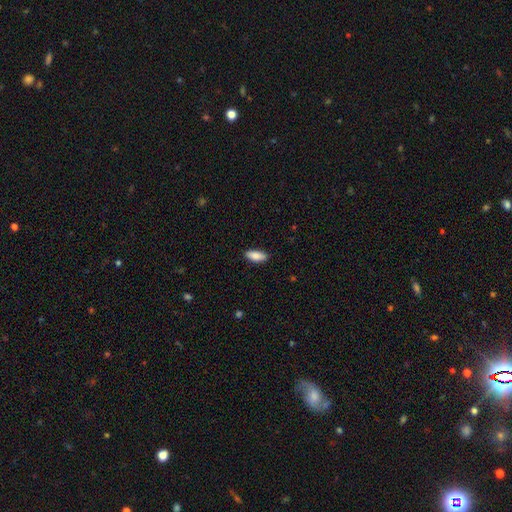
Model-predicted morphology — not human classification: Q: Smooth or featured?
A: smooth (85%); runner-up: featured or disk (9%)
Q: How rounded?
A: in between (80%); runner-up: cigar-shaped (18%)
Q: Merging?
A: none (88%); runner-up: minor disturbance (9%)